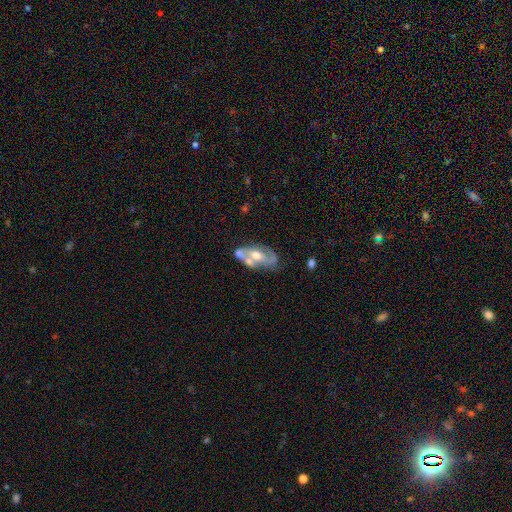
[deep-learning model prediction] A featured or disk galaxy (72%) with no bar (50%), spiral arms (65%) and a moderate central bulge (71%). Merging: none (44%).